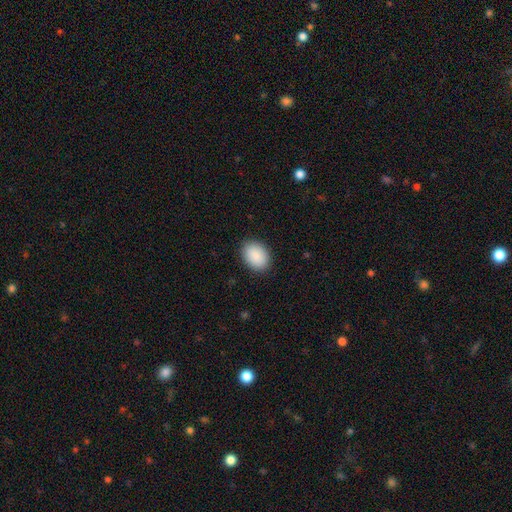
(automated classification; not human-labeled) smooth 91%, star or artifact 6%, featured or disk 3%. Down the decision tree: how rounded — in between (78%); merging — none (89%).